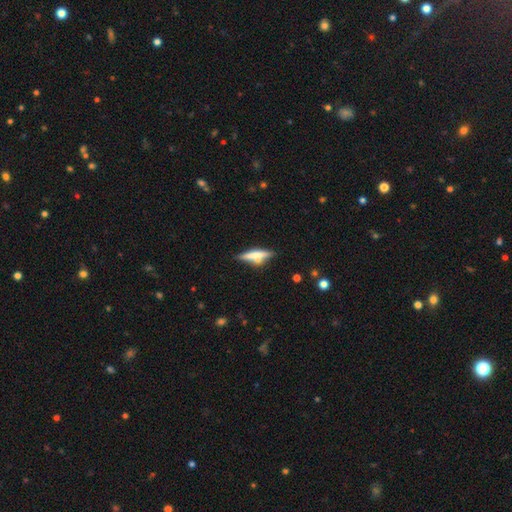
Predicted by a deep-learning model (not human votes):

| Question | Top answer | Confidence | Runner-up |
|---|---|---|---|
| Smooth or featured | smooth | 49% | featured or disk (43%) |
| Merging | none | 64% | merger (16%) |